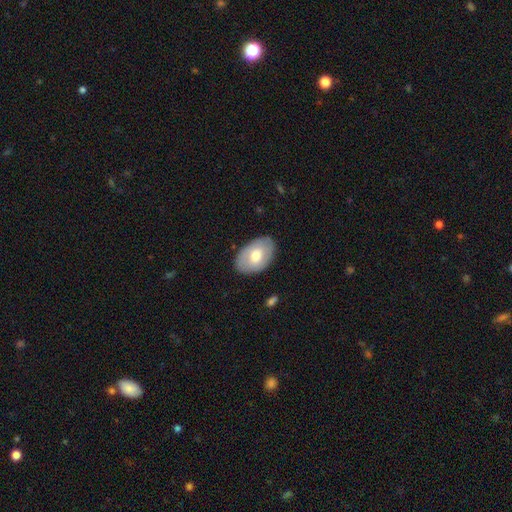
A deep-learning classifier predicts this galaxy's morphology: type=smooth (67%); roundness=in between (89%); merging=none (84%).